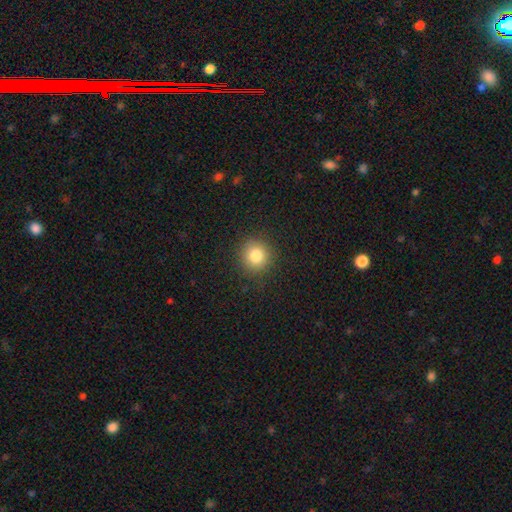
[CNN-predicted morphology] smooth_or_featured: smooth (p=0.82) [alt: star or artifact p=0.11]
how_rounded: round (p=0.93) [alt: in between p=0.06]
merging: none (p=0.91) [alt: minor disturbance p=0.06]